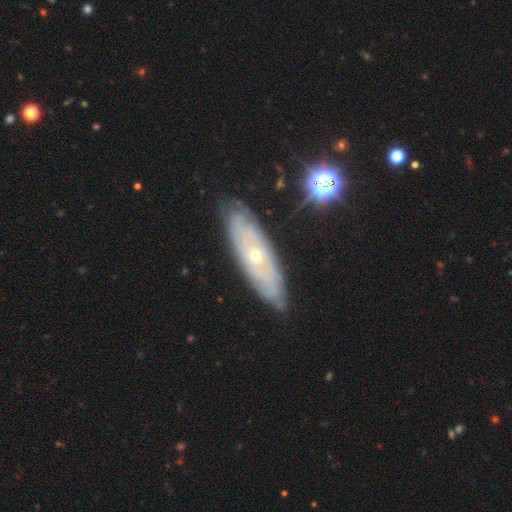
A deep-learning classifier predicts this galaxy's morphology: smooth-or-featured: featured or disk: 75% | smooth: 18% | star or artifact: 7%
  disk-edge-on: no: 78% | yes: 22%
    bar: no: 84% | weak: 13% | strong: 3%
    has-spiral-arms: yes: 71% | no: 29%
    bulge-size: small: 48% (tied) | moderate: 48% (tied) | large: 1% | none: 1% | dominant: 1%
  merging: none: 81% | minor disturbance: 14% | major disturbance: 3% | merger: 1%